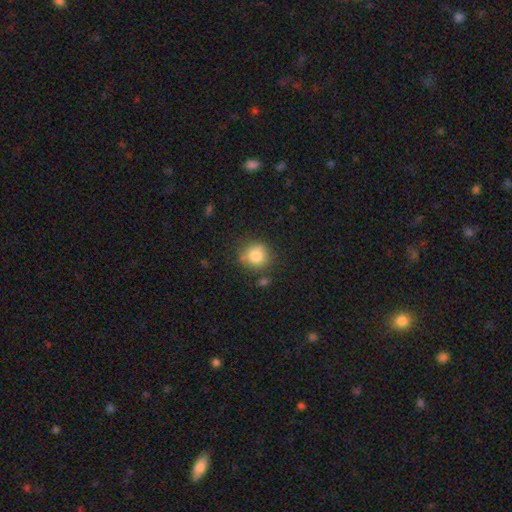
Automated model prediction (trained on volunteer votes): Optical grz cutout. It shows a smooth galaxy with no disk features (82%) that is round (88%). Merging: none (77%).